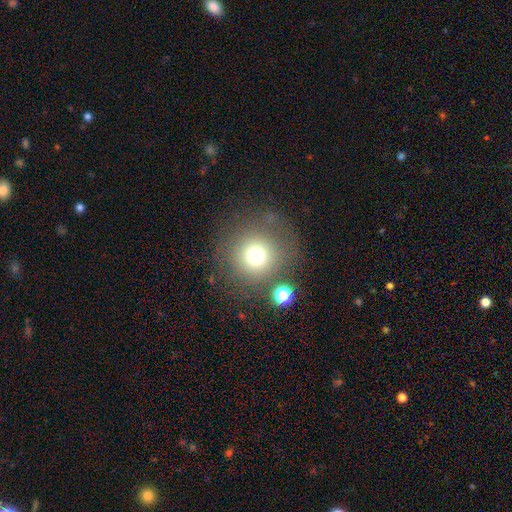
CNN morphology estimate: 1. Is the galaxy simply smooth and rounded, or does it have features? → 72% smooth, 16% star or artifact, 12% featured or disk.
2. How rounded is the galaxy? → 94% round, 5% in between, 1% cigar-shaped.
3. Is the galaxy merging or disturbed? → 73% none, 11% minor disturbance, 8% major disturbance, 8% merger.